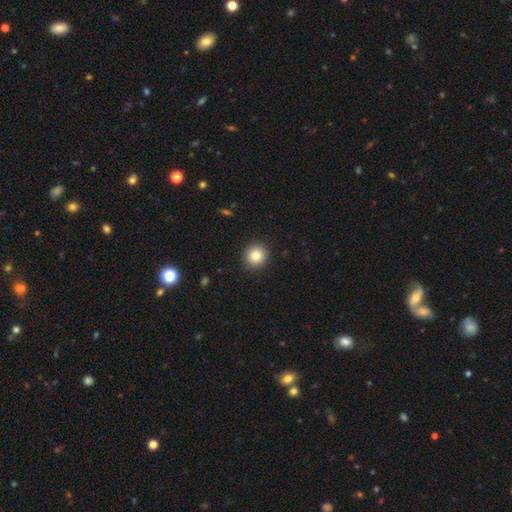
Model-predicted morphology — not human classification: Smooth or featured?
  - smooth: 83% *
  - star or artifact: 10%
  - featured or disk: 7%
How rounded?
  - round: 92% *
  - in between: 7%
  - cigar-shaped: 1%
Merging?
  - none: 92% *
  - minor disturbance: 5%
  - major disturbance: 2%
  - merger: 1%